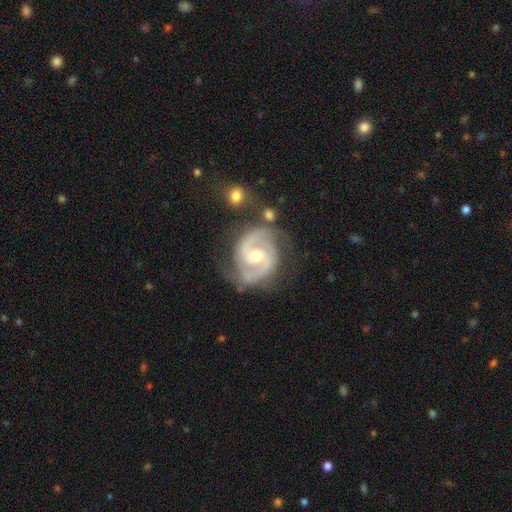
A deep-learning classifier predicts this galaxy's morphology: Smooth or featured? featured or disk (92%)
Edge-on disk? no (98%)
Bar? weak (47%)
Spiral arms? yes (98%)
Spiral winding? medium (48%)
Spiral arm count? 2 (89%)
Bulge size? moderate (67%)
Merging? none (71%)